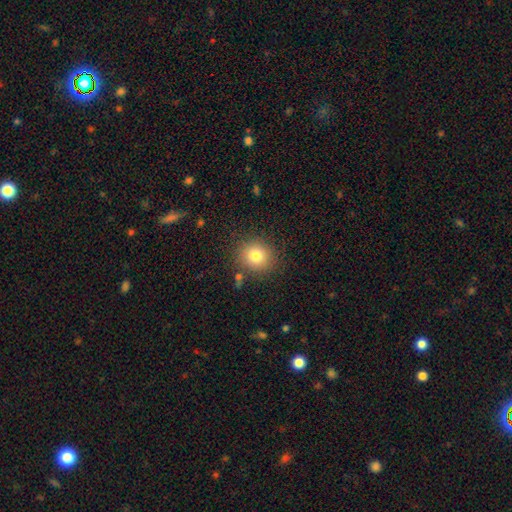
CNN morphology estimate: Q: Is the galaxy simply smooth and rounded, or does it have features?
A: smooth — 78%.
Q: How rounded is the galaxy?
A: round — 87%.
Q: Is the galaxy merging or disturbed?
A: none — 85%.